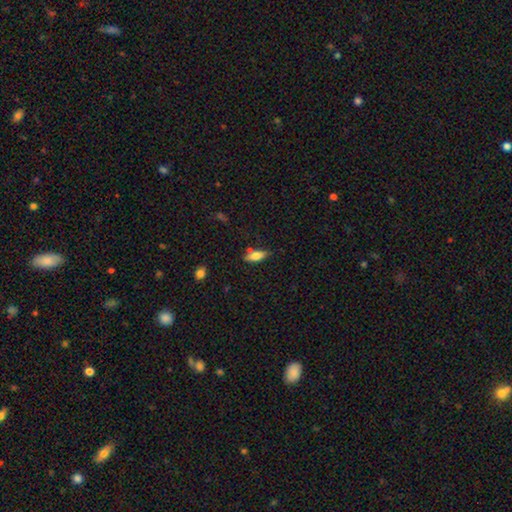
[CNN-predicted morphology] Smooth or featured? smooth (69%)
How rounded? in between (68%)
Merging? none (69%)